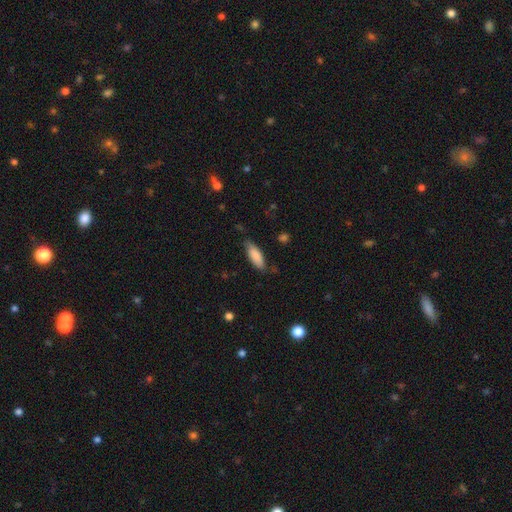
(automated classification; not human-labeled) smooth 84%, featured or disk 10%, star or artifact 6%. Down the decision tree: how rounded — in between (68%); merging — none (70%).